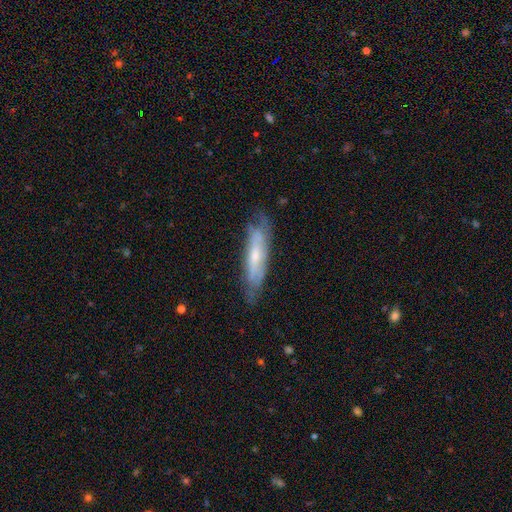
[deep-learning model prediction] featured or disk 61%, smooth 32%, star or artifact 7%. Down the decision tree: edge-on disk — no (55%); merging — none (69%).